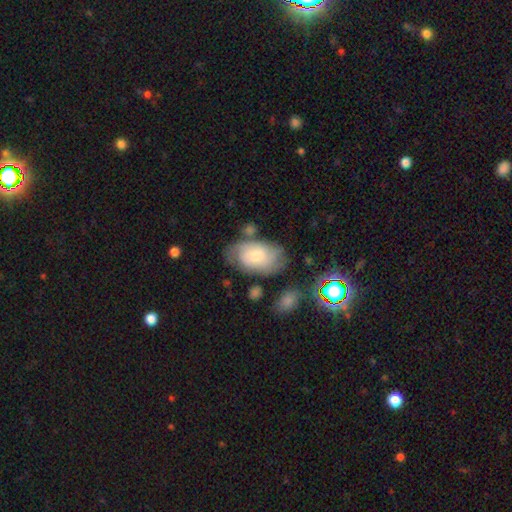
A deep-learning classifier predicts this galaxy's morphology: Smooth or featured? Predicted: smooth (p=0.55). How rounded? Predicted: in between (p=0.90). Merging? Predicted: none (p=0.59).